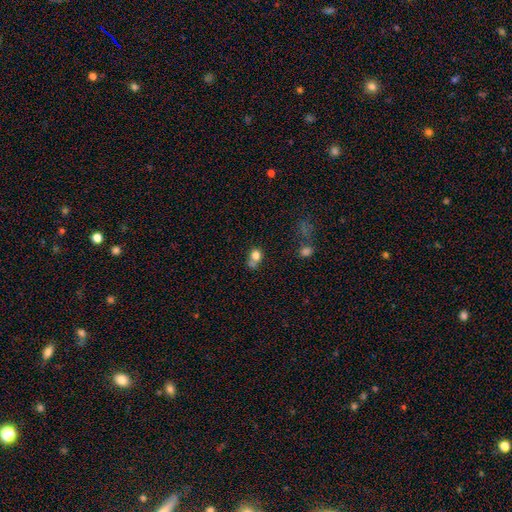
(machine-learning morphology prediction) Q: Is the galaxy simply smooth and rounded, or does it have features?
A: smooth — 77%.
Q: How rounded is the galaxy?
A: round — 63%.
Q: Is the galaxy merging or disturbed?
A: none — 41%.